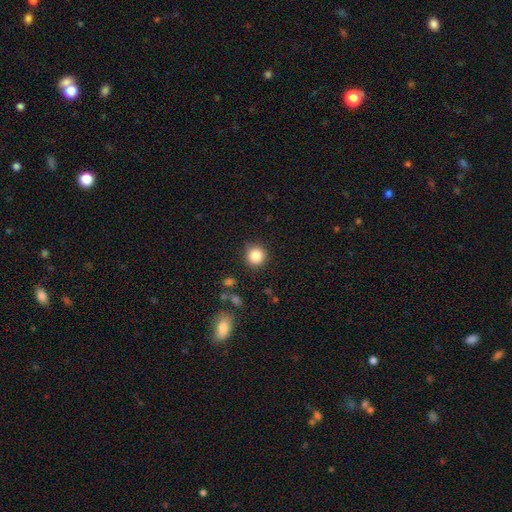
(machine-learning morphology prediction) type=smooth (85%); roundness=round (93%); merging=none (87%).